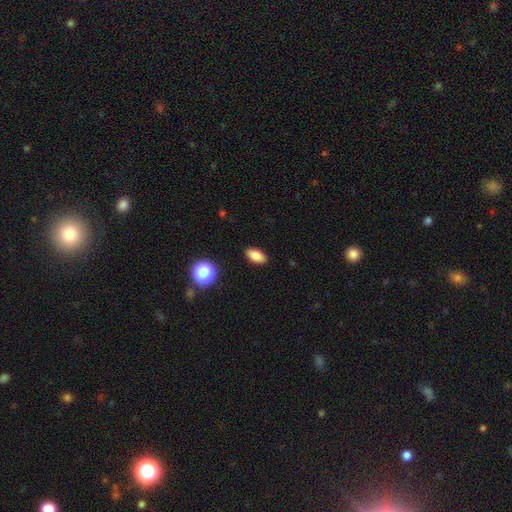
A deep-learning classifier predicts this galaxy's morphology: Q: Smooth or featured?
A: smooth (84%); runner-up: star or artifact (10%)
Q: How rounded?
A: in between (89%); runner-up: round (6%)
Q: Merging?
A: none (90%); runner-up: minor disturbance (7%)